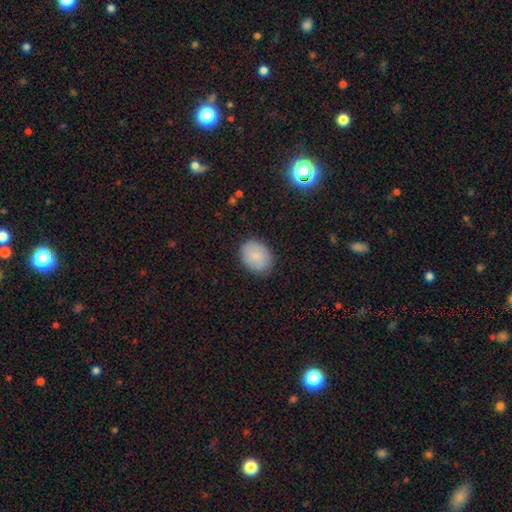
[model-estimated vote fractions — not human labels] The model was most divided on "how rounded": in between: 62%, round: 37%, cigar-shaped: 1%. More confident: merging — none (84%); smooth or featured — smooth (83%).